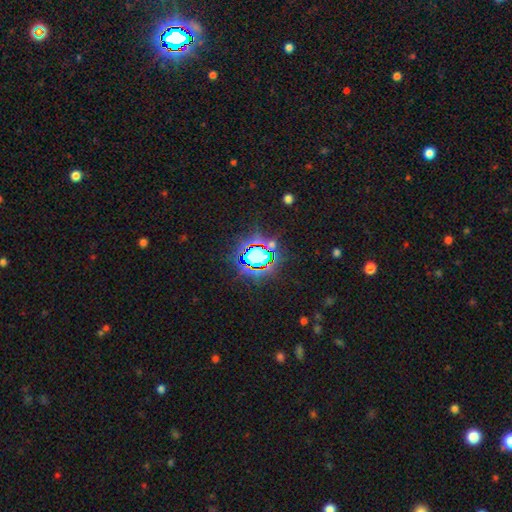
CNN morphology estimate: Smooth or featured?
  - star or artifact: 70% *
  - smooth: 19%
  - featured or disk: 11%